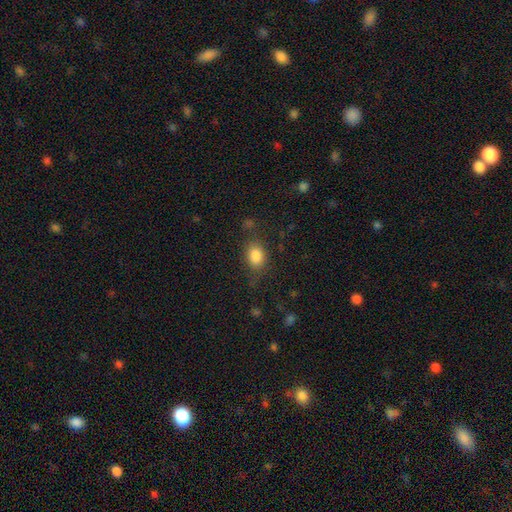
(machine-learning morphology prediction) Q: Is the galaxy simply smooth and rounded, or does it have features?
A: smooth — 83%.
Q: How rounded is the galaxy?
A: in between — 72%.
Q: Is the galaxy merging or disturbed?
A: none — 69%.